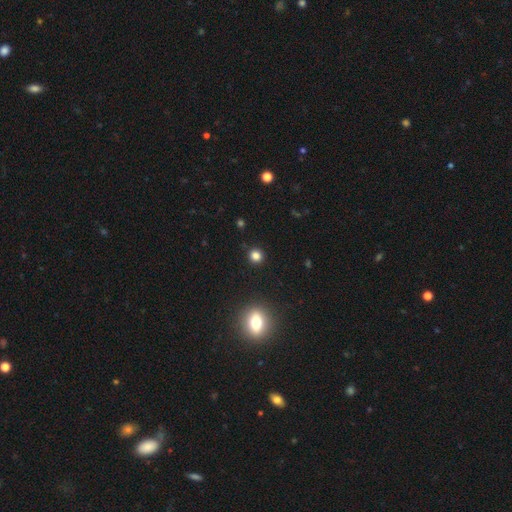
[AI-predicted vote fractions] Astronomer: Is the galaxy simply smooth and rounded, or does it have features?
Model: smooth — 81%.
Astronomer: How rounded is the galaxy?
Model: round — 91%.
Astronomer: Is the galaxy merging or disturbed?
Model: none — 91%.